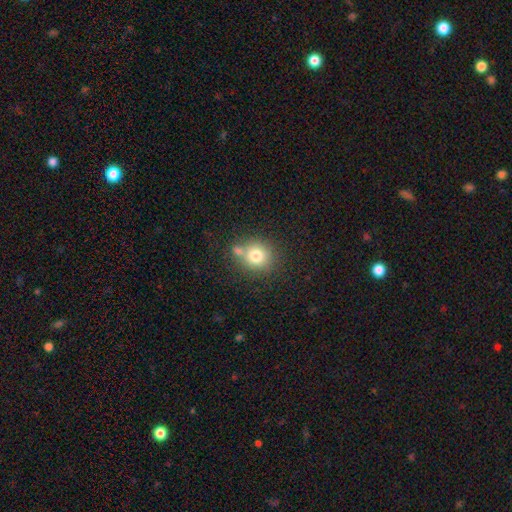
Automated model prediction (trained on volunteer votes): smooth_or_featured: smooth (p=0.77) [alt: featured or disk p=0.12]
how_rounded: round (p=0.85) [alt: in between p=0.14]
merging: none (p=0.59) [alt: merger p=0.24]